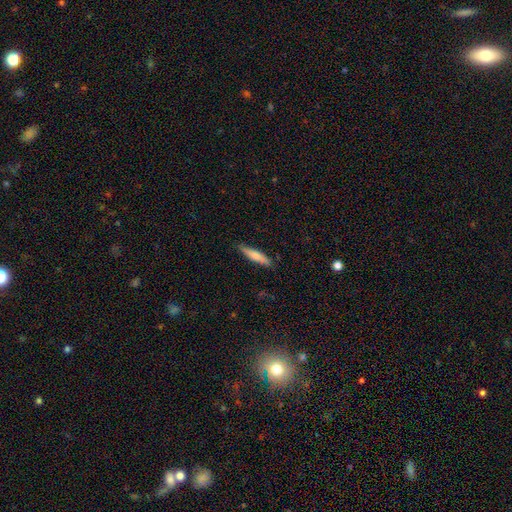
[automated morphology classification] Smooth or featured?
  - smooth: 71% *
  - featured or disk: 24%
  - star or artifact: 6%
How rounded?
  - cigar-shaped: 84% *
  - in between: 15%
  - round: 1%
Merging?
  - none: 86% *
  - minor disturbance: 11%
  - major disturbance: 2%
  - merger: 1%